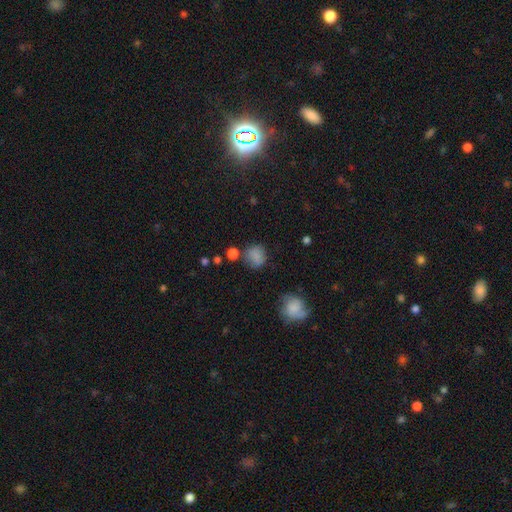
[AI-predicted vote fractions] This is likely a smooth galaxy (78%). How rounded: likely round (75%). Merging: likely none (66%).